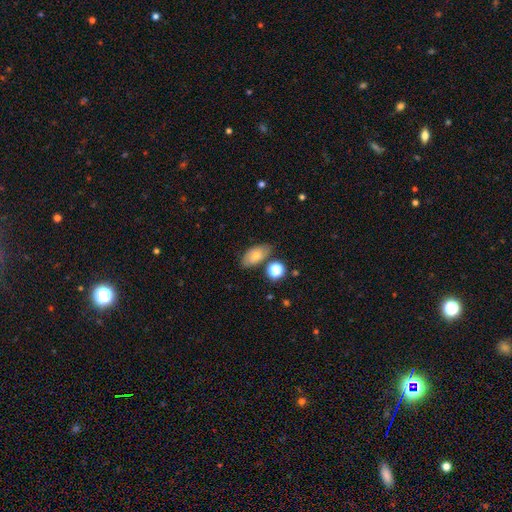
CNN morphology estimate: This is likely a smooth galaxy (64%). How rounded: clearly in between (87%). Merging: likely none (72%).